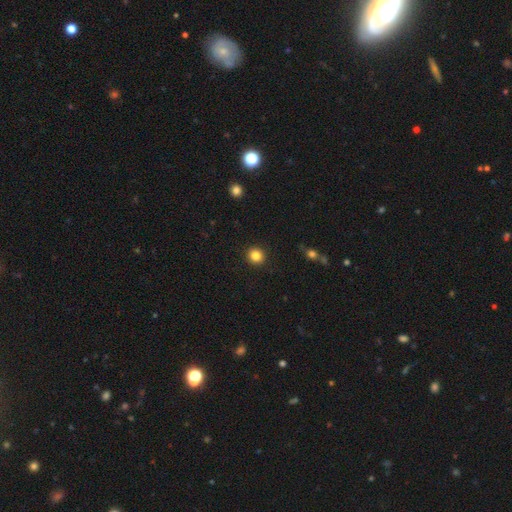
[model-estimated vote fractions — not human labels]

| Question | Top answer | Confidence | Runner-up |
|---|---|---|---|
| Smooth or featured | smooth | 84% | star or artifact (11%) |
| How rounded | round | 91% | in between (8%) |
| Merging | none | 93% | minor disturbance (5%) |